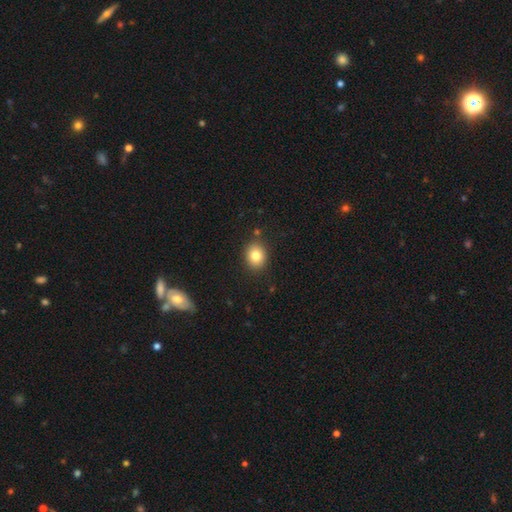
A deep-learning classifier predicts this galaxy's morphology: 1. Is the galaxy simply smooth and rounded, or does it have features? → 82% smooth, 10% star or artifact, 8% featured or disk.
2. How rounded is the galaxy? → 63% round, 36% in between, 1% cigar-shaped.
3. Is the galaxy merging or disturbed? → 87% none, 9% minor disturbance, 2% major disturbance, 2% merger.